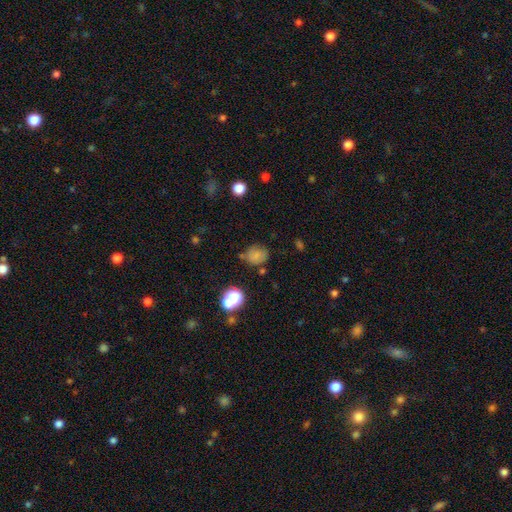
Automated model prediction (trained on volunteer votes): A smooth galaxy with no disk features (70%) that is round (66%). Merging: none (64%).